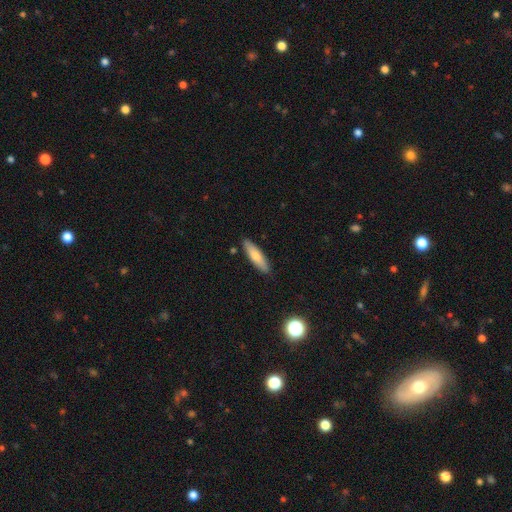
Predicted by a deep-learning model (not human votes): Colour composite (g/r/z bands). It shows a smooth galaxy with no disk features (71%) that is cigar-shaped (64%). Merging: none (88%).